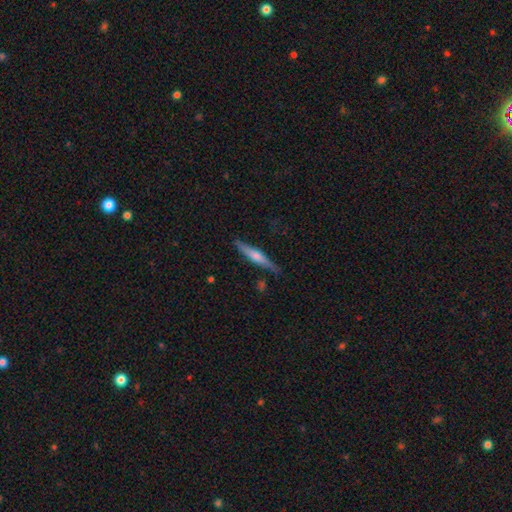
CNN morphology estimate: type=featured or disk (66%); edge-on=yes (97%); edge-on bulge=rounded (79%); merging=none (86%).